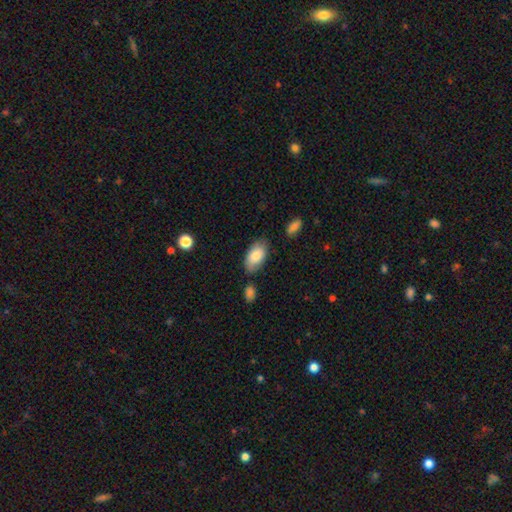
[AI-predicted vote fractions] The model was most divided on "merging": none: 73%, minor disturbance: 18%, merger: 5%, major disturbance: 4%. More confident: how rounded — in between (95%); smooth or featured — smooth (84%).